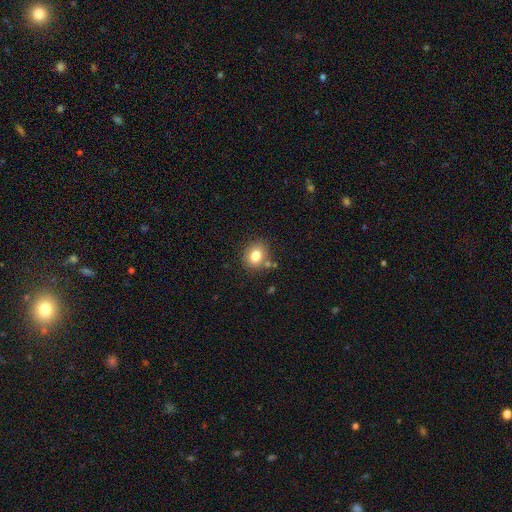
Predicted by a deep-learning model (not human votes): The model was most divided on "how rounded": round: 64%, in between: 35%, cigar-shaped: 1%. More confident: smooth or featured — smooth (80%); merging — none (78%).